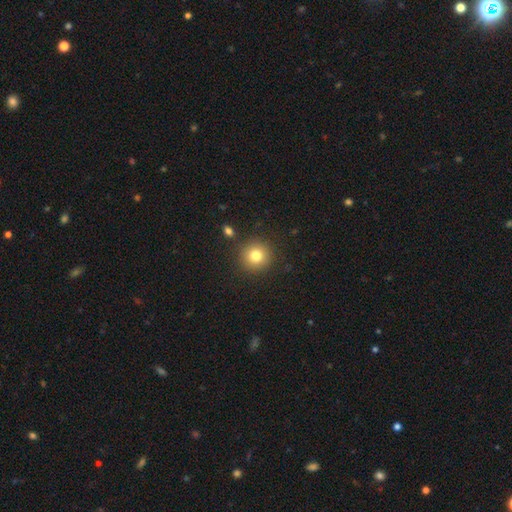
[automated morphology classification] A smooth galaxy with no disk features (79%) that is round (94%). Merging: none (88%).